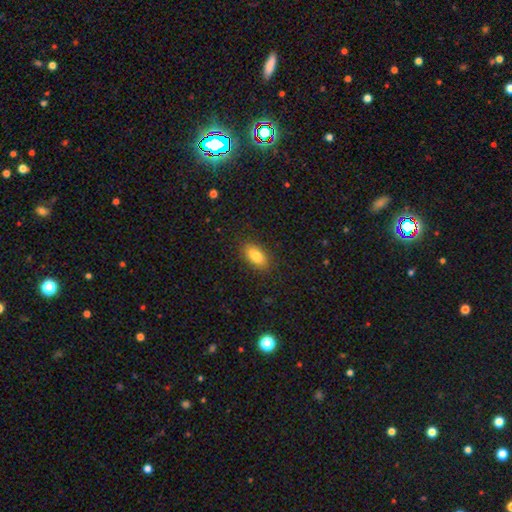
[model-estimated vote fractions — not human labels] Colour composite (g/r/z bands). It shows a smooth galaxy with no disk features (84%) that is in between round and cigar-shaped (90%). Merging: none (86%).